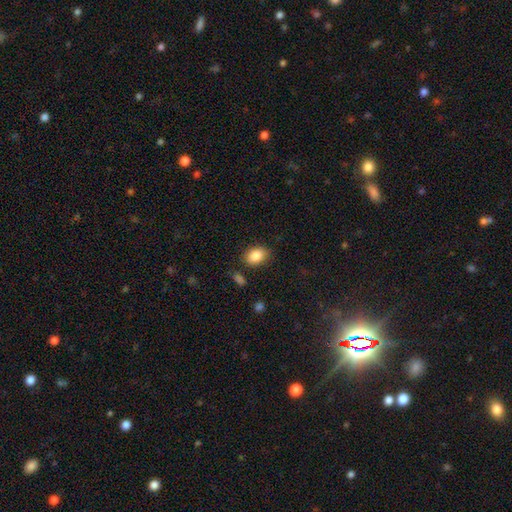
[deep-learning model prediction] Smooth or featured?
  - smooth: 88% *
  - star or artifact: 8%
  - featured or disk: 5%
How rounded?
  - in between: 74% *
  - round: 25%
  - cigar-shaped: 1%
Merging?
  - none: 81% *
  - minor disturbance: 13%
  - major disturbance: 4%
  - merger: 3%